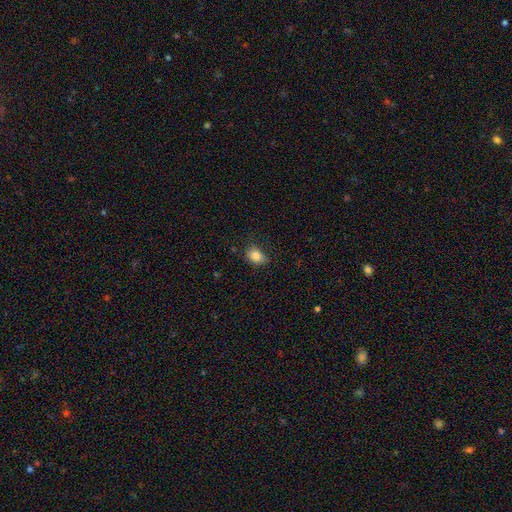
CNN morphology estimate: smooth-or-featured: smooth: 84% | star or artifact: 10% | featured or disk: 7%
  how-rounded: in between: 61% | round: 38% | cigar-shaped: 1%
  merging: none: 65% | minor disturbance: 28% | major disturbance: 6% | merger: 2%